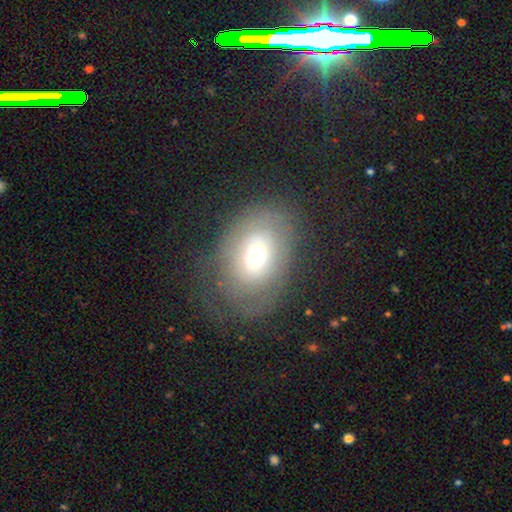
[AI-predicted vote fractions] smooth-or-featured: smooth: 51% | featured or disk: 39% | star or artifact: 10%
  how-rounded: in between: 73% | round: 26% | cigar-shaped: 1%
  merging: none: 61% | minor disturbance: 21% | major disturbance: 16% | merger: 1%